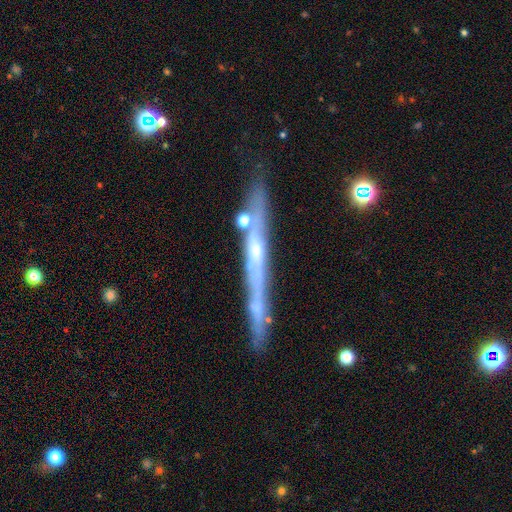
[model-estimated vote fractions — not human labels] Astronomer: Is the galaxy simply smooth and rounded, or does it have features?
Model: featured or disk — 68%.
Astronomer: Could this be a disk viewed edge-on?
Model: yes — 94%.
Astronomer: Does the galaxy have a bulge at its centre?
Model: none — 60%.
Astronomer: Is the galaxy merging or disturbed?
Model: none — 78%.